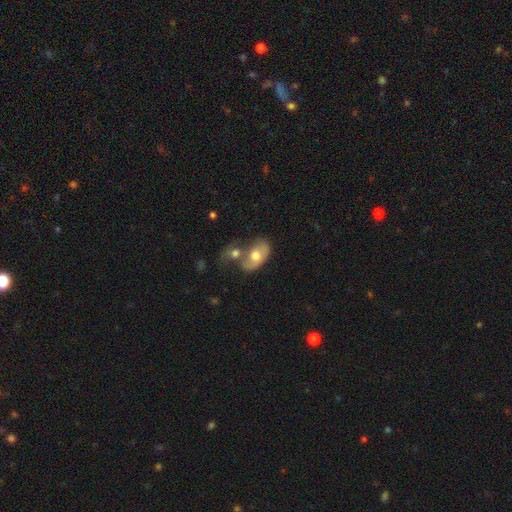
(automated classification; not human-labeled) smooth-or-featured: smooth: 60% | featured or disk: 34% | star or artifact: 6%
  how-rounded: in between: 89% | round: 9% | cigar-shaped: 2%
  merging: merger: 52% | none: 27% | minor disturbance: 13% | major disturbance: 8%